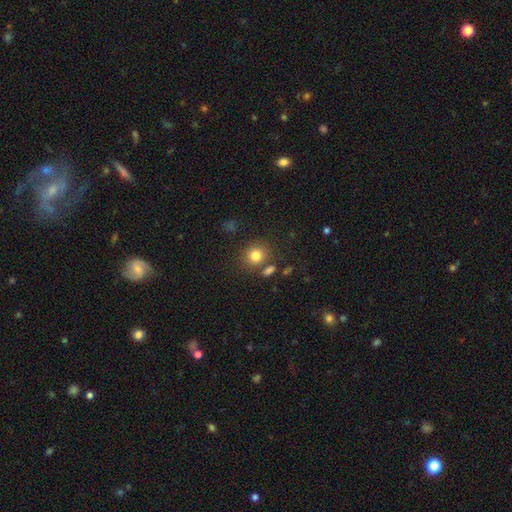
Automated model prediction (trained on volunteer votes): This is clearly a smooth galaxy (80%). How rounded: clearly round (83%). Merging: likely none (76%).